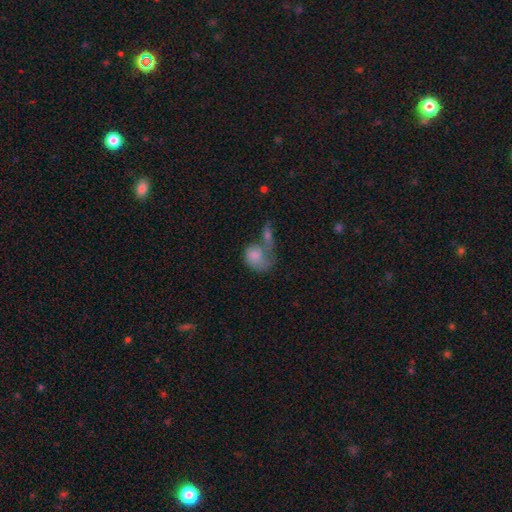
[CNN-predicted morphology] Smooth or featured? Predicted: smooth (p=0.71). How rounded? Predicted: in between (p=0.61). Merging? Predicted: merger (p=0.51).